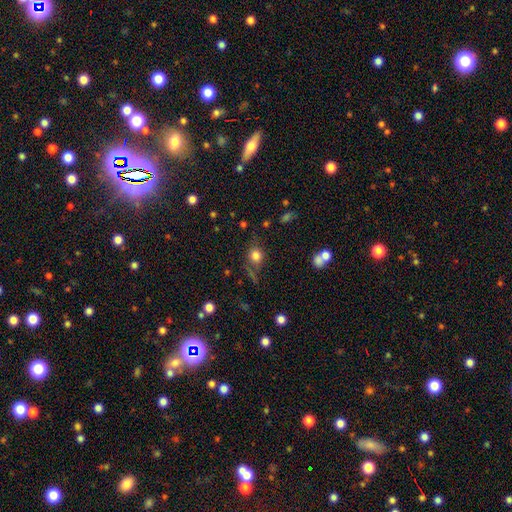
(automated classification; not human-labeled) smooth-or-featured: smooth: 77% | star or artifact: 13% | featured or disk: 9%
  how-rounded: round: 74% | in between: 24% | cigar-shaped: 2%
  merging: none: 67% | minor disturbance: 19% | major disturbance: 8% | merger: 5%